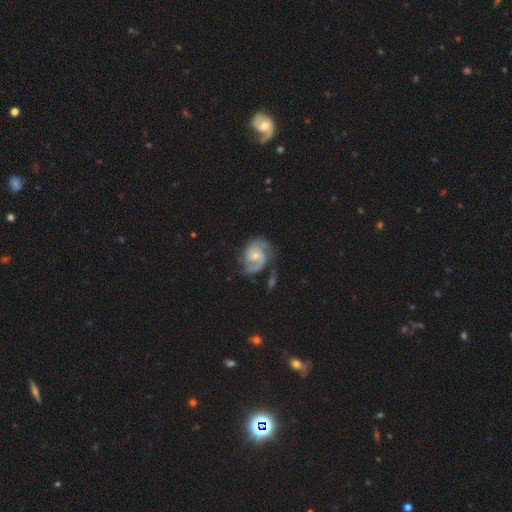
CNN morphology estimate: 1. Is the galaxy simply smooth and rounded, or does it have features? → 86% featured or disk, 9% smooth, 5% star or artifact.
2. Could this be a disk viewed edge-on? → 98% no, 2% yes.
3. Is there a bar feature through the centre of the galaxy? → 53% no, 40% weak, 7% strong.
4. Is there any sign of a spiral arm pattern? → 97% yes, 3% no.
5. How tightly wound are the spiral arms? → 53% medium, 32% tight, 15% loose.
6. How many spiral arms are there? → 84% 2, 5% can't tell, 5% 3, 3% 1, 1% 4, 1% more than 4.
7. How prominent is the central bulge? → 54% small, 37% moderate, 6% none, 3% large, 1% dominant.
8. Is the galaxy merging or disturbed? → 65% none, 21% minor disturbance, 11% major disturbance, 4% merger.